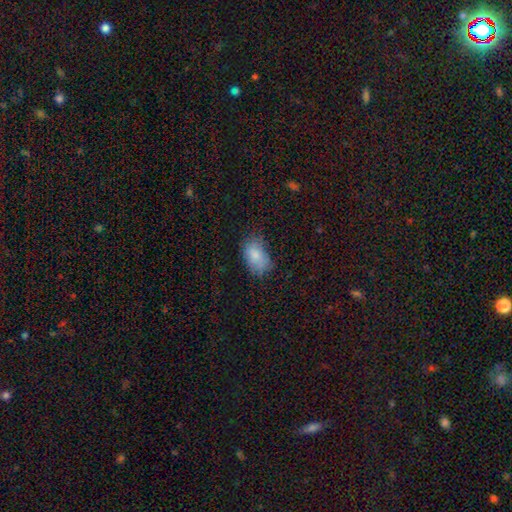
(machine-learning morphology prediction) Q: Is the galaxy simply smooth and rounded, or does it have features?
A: smooth — 81%.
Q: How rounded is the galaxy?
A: in between — 89%.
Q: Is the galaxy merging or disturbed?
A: none — 63%.